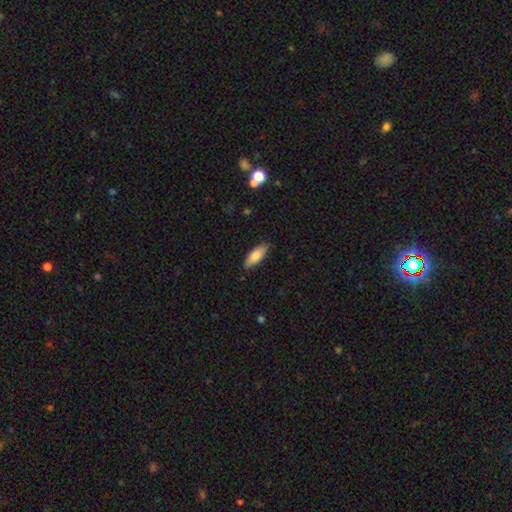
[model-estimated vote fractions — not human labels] The model was most divided on "how rounded": in between: 74%, cigar-shaped: 25%, round: 2%. More confident: merging — none (86%); smooth or featured — smooth (84%).